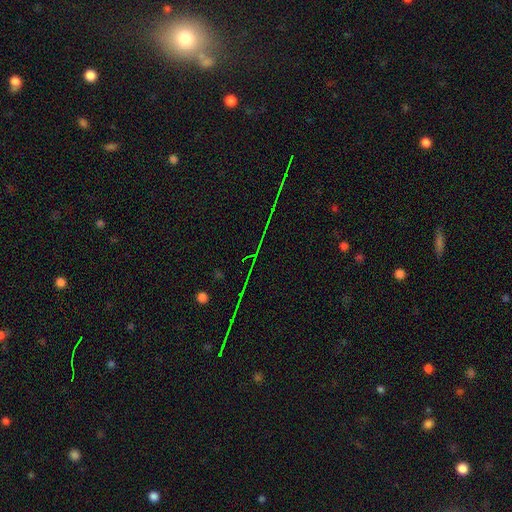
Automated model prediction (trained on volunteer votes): This is likely a star or artifact rather than a galaxy (77%).